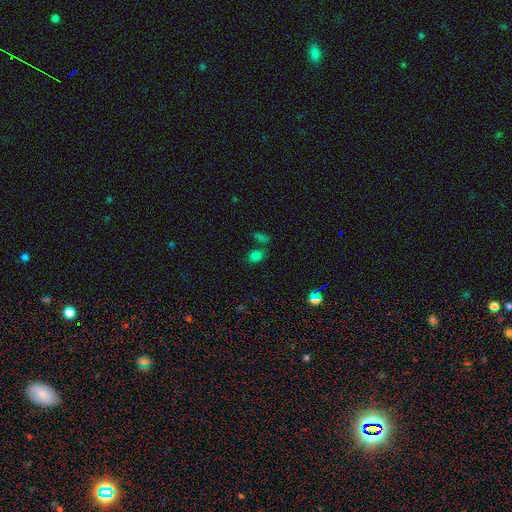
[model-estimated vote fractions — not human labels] smooth-or-featured: smooth: 75% | star or artifact: 18% | featured or disk: 7%
  how-rounded: in between: 77% | round: 20% | cigar-shaped: 2%
  merging: none: 66% | merger: 17% | minor disturbance: 12% | major disturbance: 5%